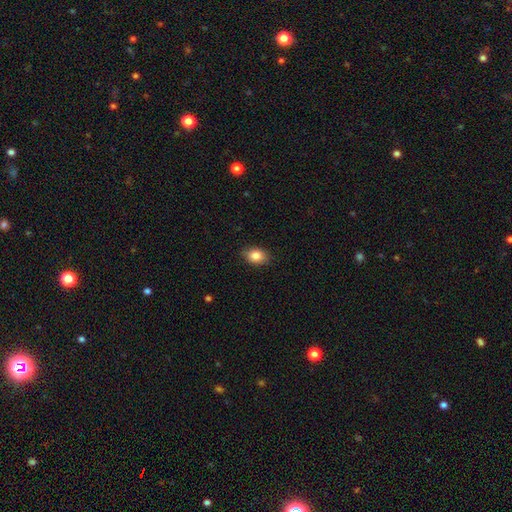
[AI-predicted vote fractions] smooth 86%, star or artifact 8%, featured or disk 6%. Down the decision tree: how rounded — in between (77%); merging — none (86%).